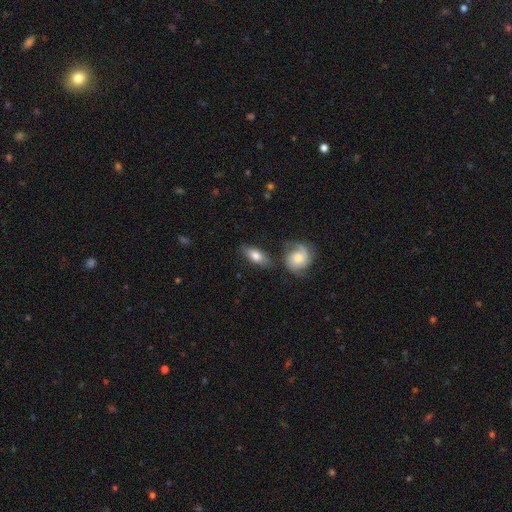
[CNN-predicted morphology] smooth 71%, featured or disk 22%, star or artifact 6%. Down the decision tree: how rounded — in between (82%); merging — none (69%).